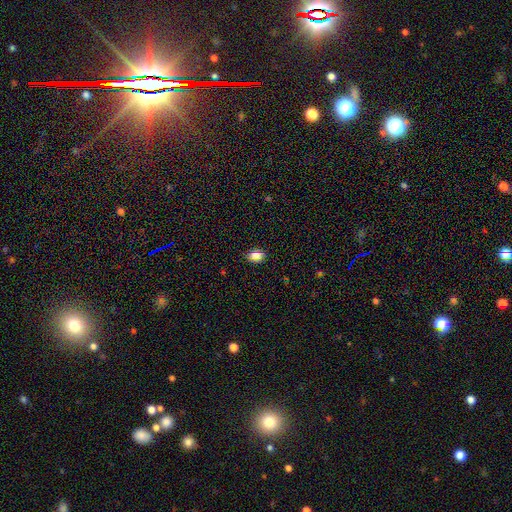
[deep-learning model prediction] A smooth galaxy with no disk features (67%) that is in between round and cigar-shaped (63%).

Vote fractions:
- Smooth or featured? smooth: 67% / star or artifact: 23% / featured or disk: 9%
- How rounded? in between: 63% / round: 32% / cigar-shaped: 4%
- Merging? none: 88% / minor disturbance: 9% / major disturbance: 2% / merger: 1%